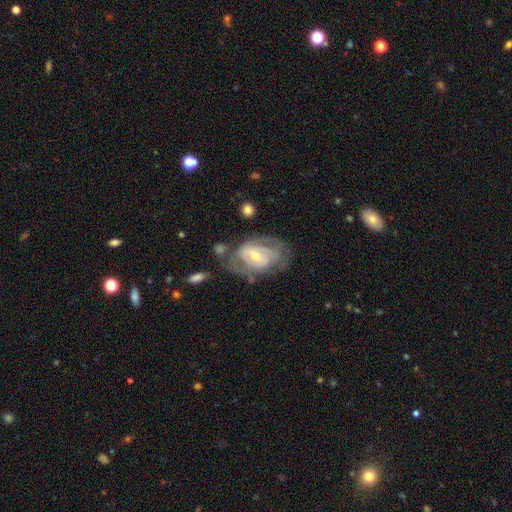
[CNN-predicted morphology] Smooth or featured: featured or disk — 80% (smooth — 14%)
Edge-on disk: no — 96% (yes — 4%)
Bar: weak — 48% (no — 33%)
Spiral arms: yes — 86% (no — 14%)
Spiral winding: tight — 51% (medium — 37%)
Spiral arm count: 2 — 47% (can't tell — 31%)
Bulge size: moderate — 53% (small — 42%)
Merging: none — 52% (minor disturbance — 24%)